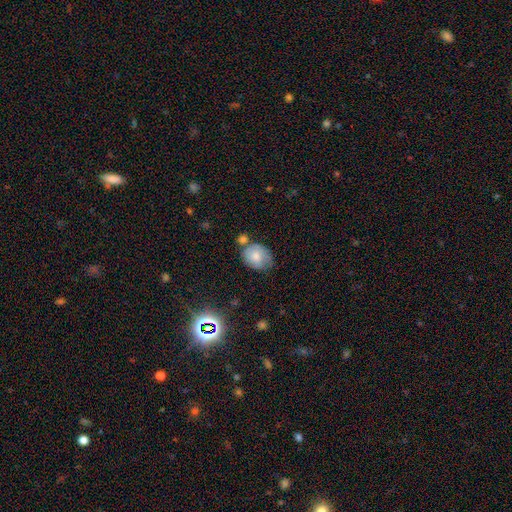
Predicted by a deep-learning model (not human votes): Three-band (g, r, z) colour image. It shows a smooth galaxy with no disk features (69%) that is in between round and cigar-shaped (51%). Merging: none (53%).